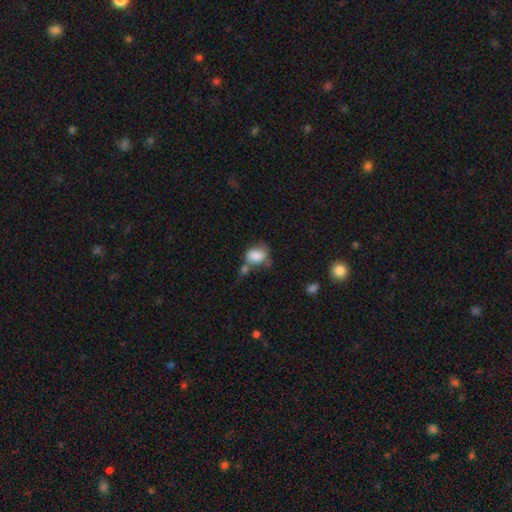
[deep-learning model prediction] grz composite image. It shows a smooth galaxy with no disk features (79%) that is in between round and cigar-shaped (71%). Merging: merger (32%).